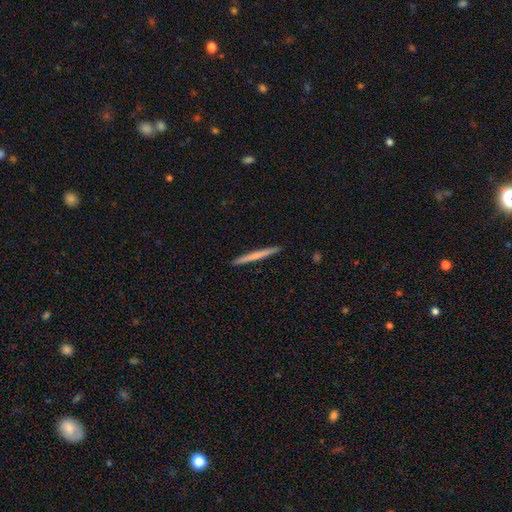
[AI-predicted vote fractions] smooth 60%, featured or disk 35%, star or artifact 5%. Down the decision tree: how rounded — cigar-shaped (97%); merging — none (93%).